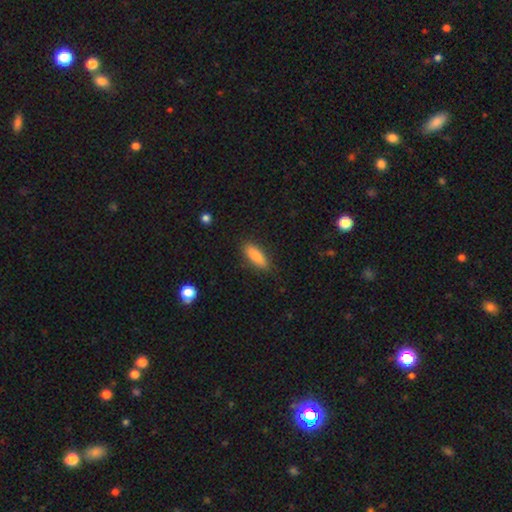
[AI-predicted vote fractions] Overall: smooth (83%). How rounded: in between (60%; cigar-shaped 38%). Merging: none (86%).